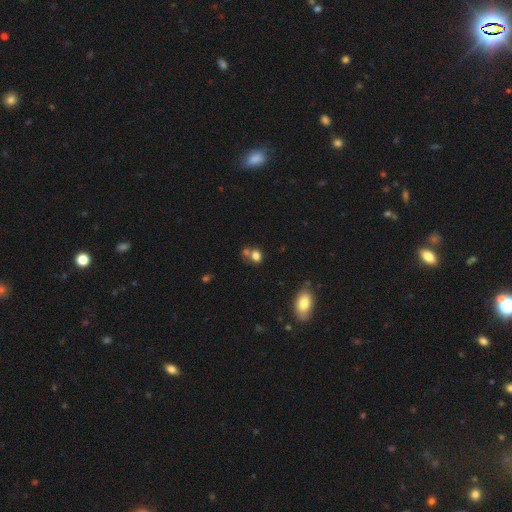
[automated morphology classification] Smooth or featured? Predicted: smooth (p=0.77). How rounded? Predicted: round (p=0.53). Merging? Predicted: none (p=0.44).